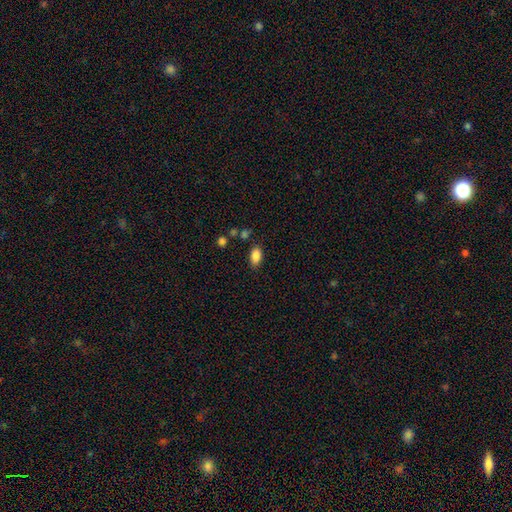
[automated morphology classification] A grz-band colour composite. It shows a smooth galaxy with no disk features (87%) that is in between round and cigar-shaped (91%). Merging: none (82%).